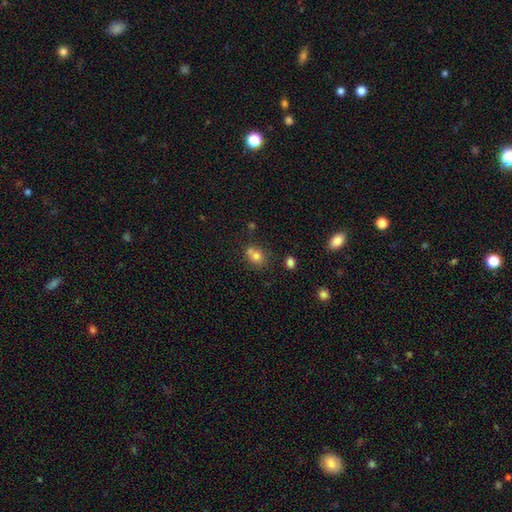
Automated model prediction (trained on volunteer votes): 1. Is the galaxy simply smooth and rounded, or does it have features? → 75% smooth, 13% featured or disk, 12% star or artifact.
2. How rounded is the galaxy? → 61% round, 38% in between, 1% cigar-shaped.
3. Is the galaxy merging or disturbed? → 46% none, 36% merger, 13% minor disturbance, 5% major disturbance.